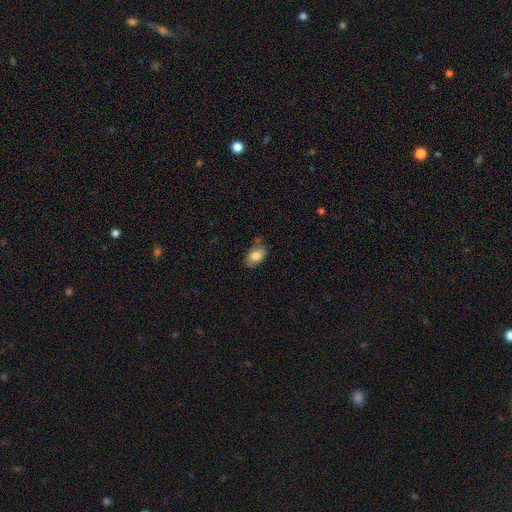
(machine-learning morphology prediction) Overall: smooth (77%). How rounded: in between (88%). Merging: none (57%; minor disturbance 31%).